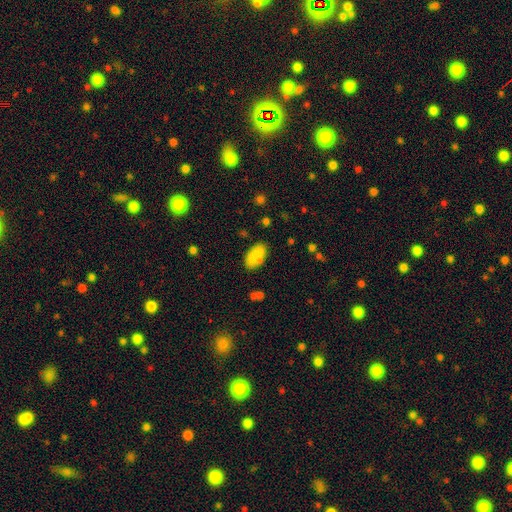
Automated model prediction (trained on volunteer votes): A smooth galaxy with no disk features (87%) that is in between round and cigar-shaped (94%). Merging: none (80%).